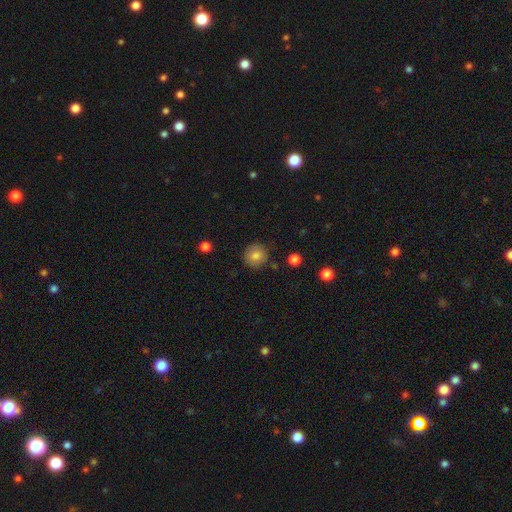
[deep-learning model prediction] Morphology: type=smooth (82%); roundness=round (90%); merging=none (83%).